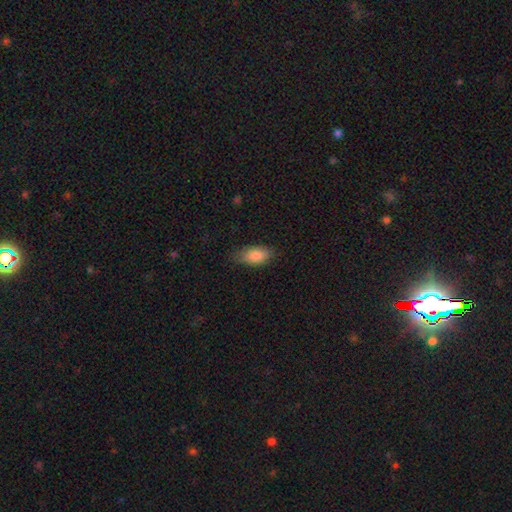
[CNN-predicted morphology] smooth_or_featured: smooth (p=0.86) [alt: featured or disk p=0.07]
how_rounded: in between (p=0.91) [alt: cigar-shaped p=0.05]
merging: none (p=0.76) [alt: minor disturbance p=0.19]